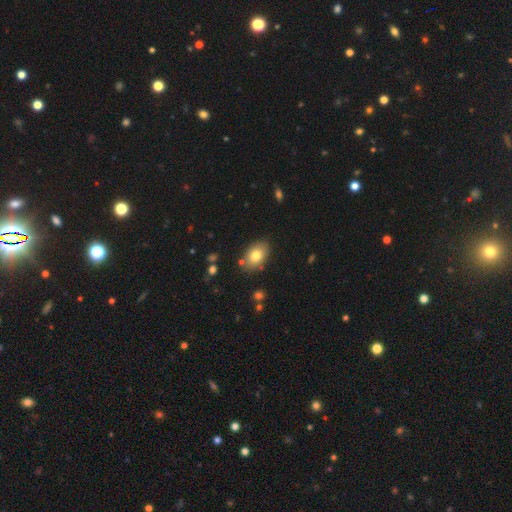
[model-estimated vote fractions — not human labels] Smooth or featured: smooth — 79% (featured or disk — 13%)
How rounded: in between — 84% (round — 15%)
Merging: none — 82% (minor disturbance — 11%)